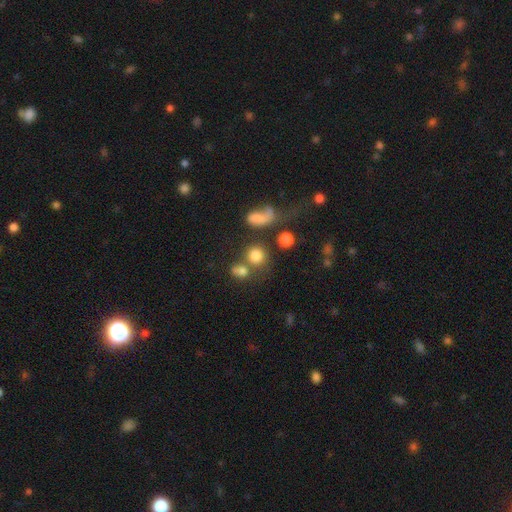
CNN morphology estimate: Smooth or featured? smooth (77%)
How rounded? round (83%)
Merging? none (54%)